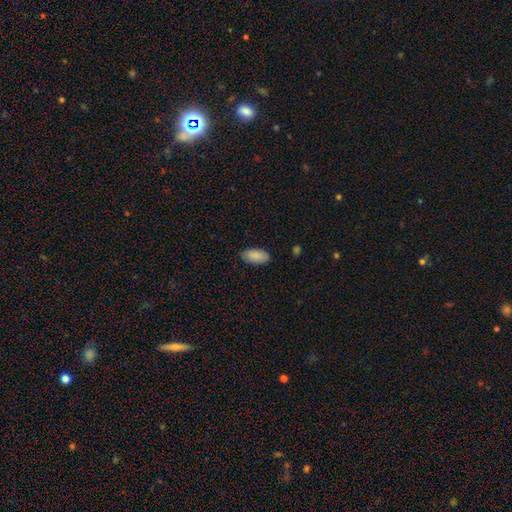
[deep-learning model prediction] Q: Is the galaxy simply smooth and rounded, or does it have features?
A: smooth — 89%.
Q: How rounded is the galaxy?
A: in between — 95%.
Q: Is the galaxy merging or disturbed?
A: none — 86%.